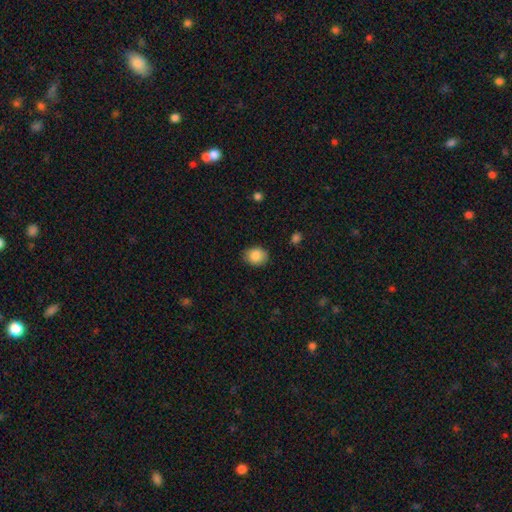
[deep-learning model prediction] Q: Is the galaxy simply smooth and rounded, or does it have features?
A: smooth — 86%.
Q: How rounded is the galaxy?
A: in between — 55%.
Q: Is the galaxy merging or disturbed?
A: none — 86%.